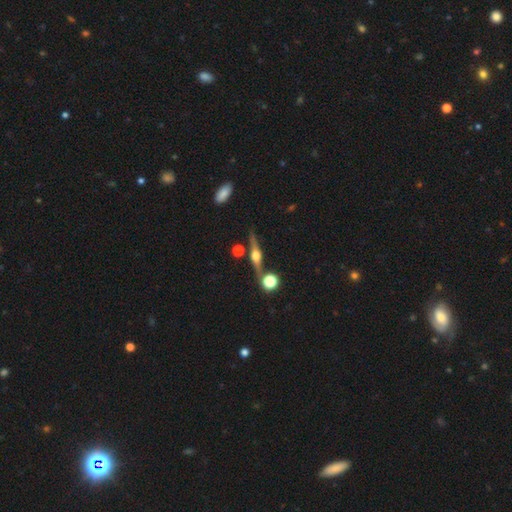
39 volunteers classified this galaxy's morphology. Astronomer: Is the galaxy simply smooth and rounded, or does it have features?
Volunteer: featured or disk — 77%.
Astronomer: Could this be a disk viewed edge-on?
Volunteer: yes — 100%.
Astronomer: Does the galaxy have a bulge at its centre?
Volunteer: rounded — 100%.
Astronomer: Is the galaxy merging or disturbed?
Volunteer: none — 72%.